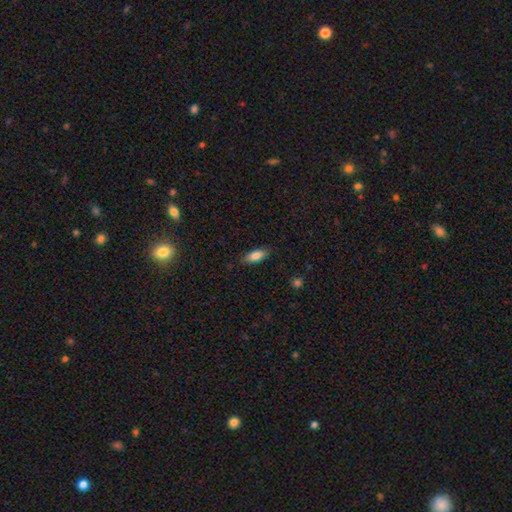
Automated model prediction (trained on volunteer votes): This is clearly a smooth galaxy (84%). How rounded: clearly in between (81%). Merging: clearly none (84%).